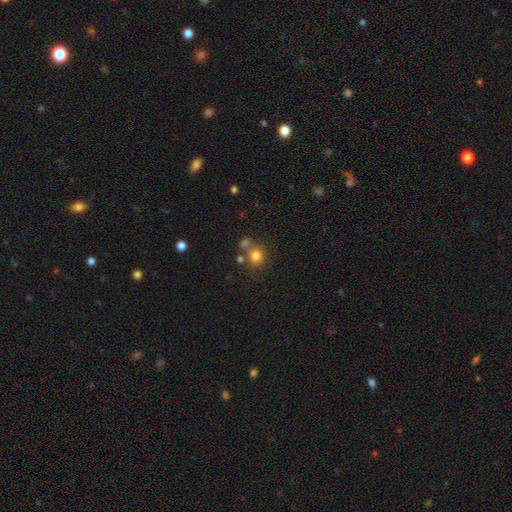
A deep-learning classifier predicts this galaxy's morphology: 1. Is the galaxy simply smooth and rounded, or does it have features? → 78% smooth, 14% star or artifact, 8% featured or disk.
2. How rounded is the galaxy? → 87% round, 12% in between, 1% cigar-shaped.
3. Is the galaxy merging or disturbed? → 64% none, 23% merger, 9% minor disturbance, 4% major disturbance.